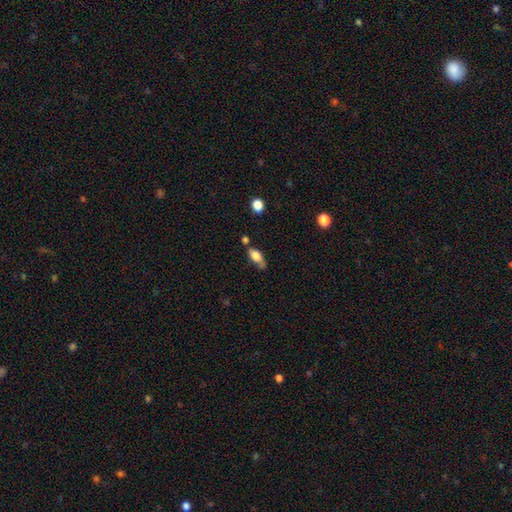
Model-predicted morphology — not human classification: smooth_or_featured: smooth (p=0.72) [alt: featured or disk p=0.19]
how_rounded: in between (p=0.81) [alt: cigar-shaped p=0.14]
merging: none (p=0.46) [alt: minor disturbance p=0.30]